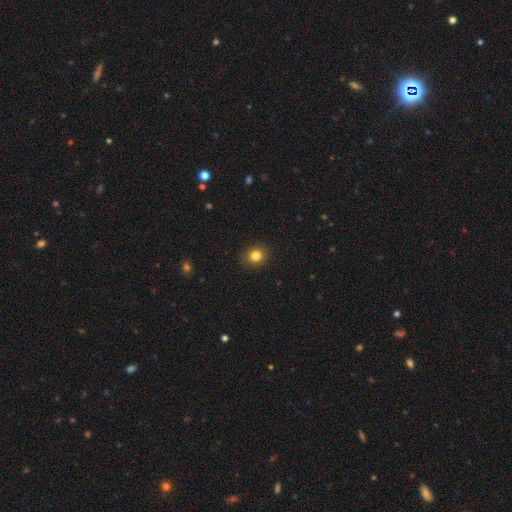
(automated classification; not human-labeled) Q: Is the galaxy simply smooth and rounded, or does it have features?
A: smooth — 82%.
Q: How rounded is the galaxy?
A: round — 80%.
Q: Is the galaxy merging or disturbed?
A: none — 90%.